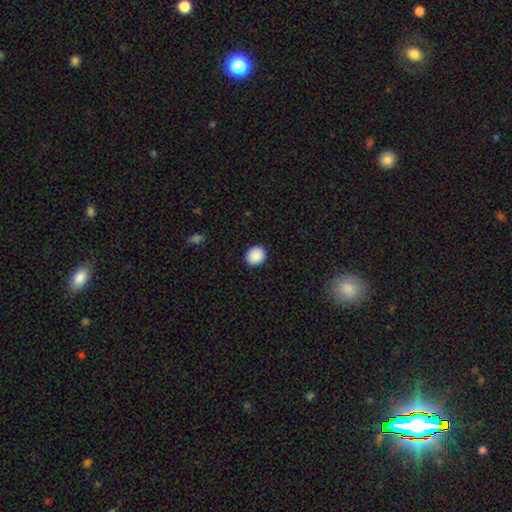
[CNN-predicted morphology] Smooth or featured? smooth (90%)
How rounded? round (73%)
Merging? none (91%)